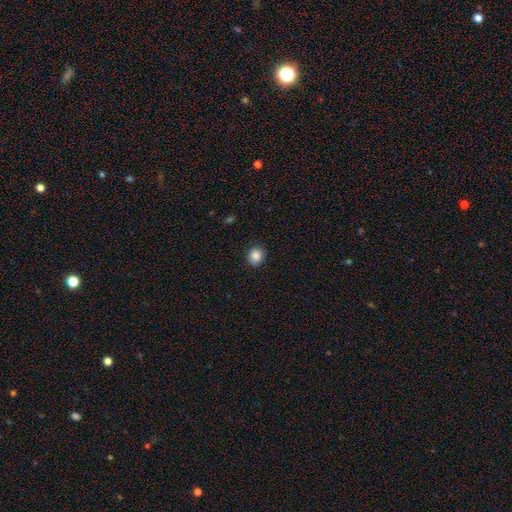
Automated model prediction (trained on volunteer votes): Smooth or featured? smooth (87%)
How rounded? round (76%)
Merging? none (89%)